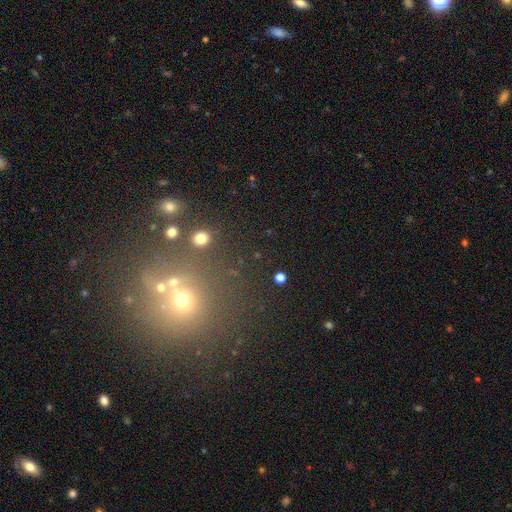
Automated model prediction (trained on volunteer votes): This is possibly a star or artifact rather than a galaxy (50%).